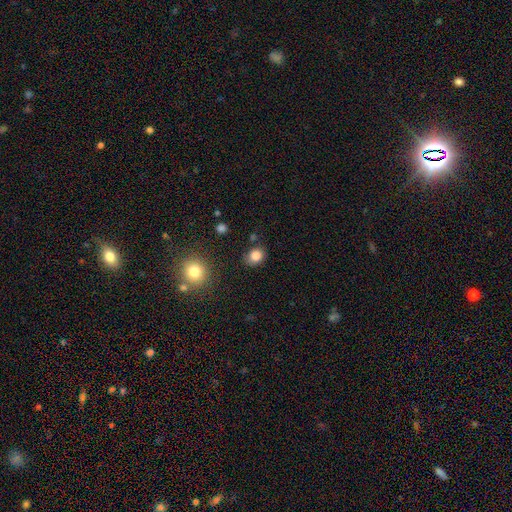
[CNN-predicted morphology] This appears to be a smooth galaxy with no disk features (84%) that is round (55%). Merging: none (81%).